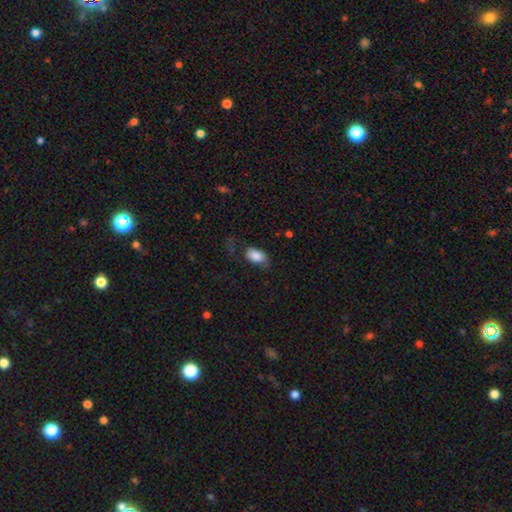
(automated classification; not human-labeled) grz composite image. It shows a smooth galaxy with no disk features (84%) that is in between round and cigar-shaped (93%). Merging: none (59%).